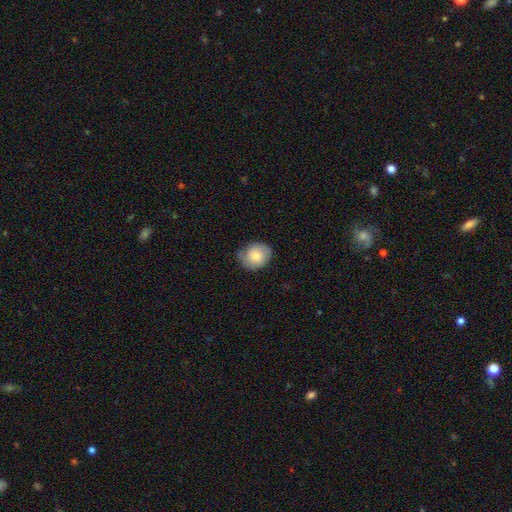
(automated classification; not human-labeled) A smooth galaxy with no disk features (74%) that is round (61%).

Vote fractions:
- Smooth or featured? smooth: 74% / featured or disk: 19% / star or artifact: 7%
- How rounded? round: 61% / in between: 38% / cigar-shaped: 1%
- Merging? none: 68% / minor disturbance: 25% / major disturbance: 6% / merger: 1%